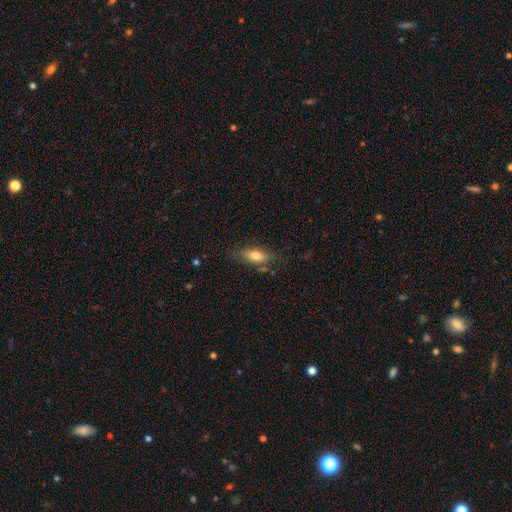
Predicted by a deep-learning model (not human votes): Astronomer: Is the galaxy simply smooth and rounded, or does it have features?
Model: smooth — 73%.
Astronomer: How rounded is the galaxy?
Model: in between — 77%.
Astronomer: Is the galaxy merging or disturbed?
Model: none — 69%.